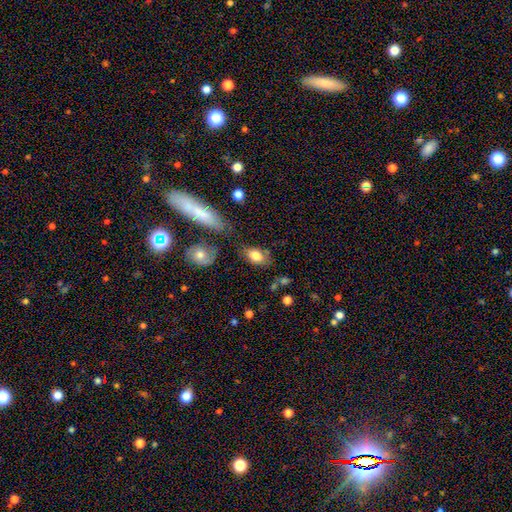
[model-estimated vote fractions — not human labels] This appears to be a smooth galaxy with no disk features (79%) that is in between round and cigar-shaped (87%). Merging: none (63%).